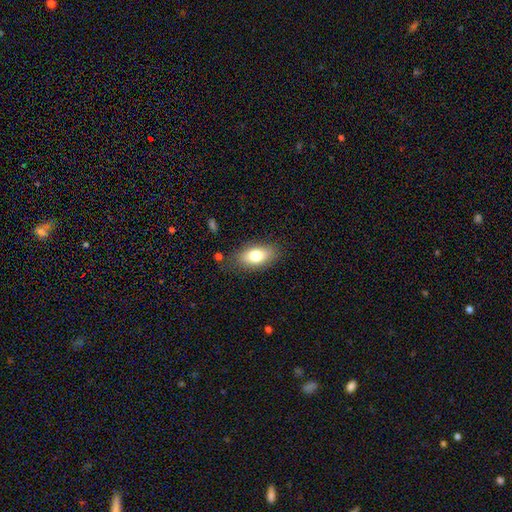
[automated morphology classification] type=smooth (74%); roundness=in between (87%); merging=none (80%).